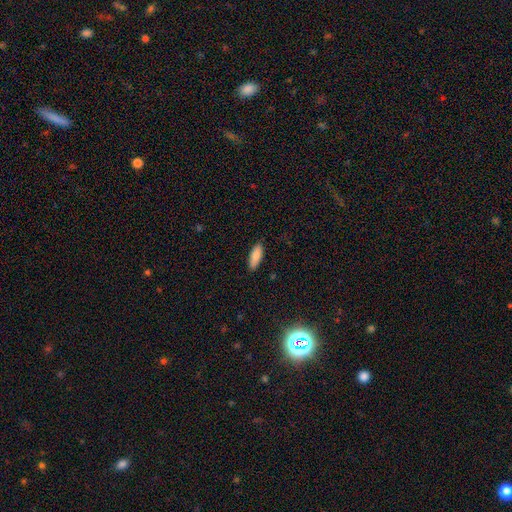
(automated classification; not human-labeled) Smooth or featured? Predicted: smooth (p=0.87). How rounded? Predicted: in between (p=0.66). Merging? Predicted: none (p=0.87).